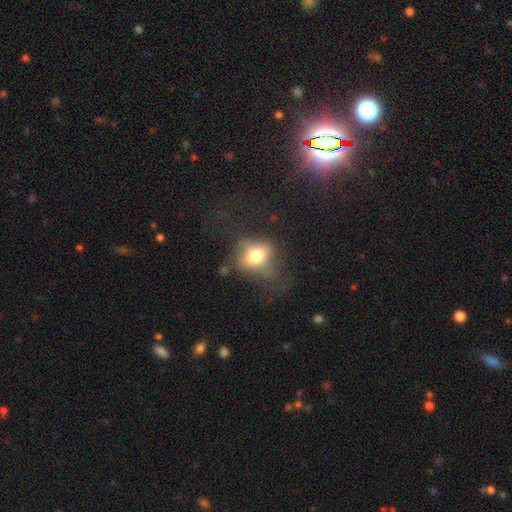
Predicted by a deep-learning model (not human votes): Smooth or featured? Predicted: smooth (p=0.65). How rounded? Predicted: in between (p=0.54). Merging? Predicted: none (p=0.49).